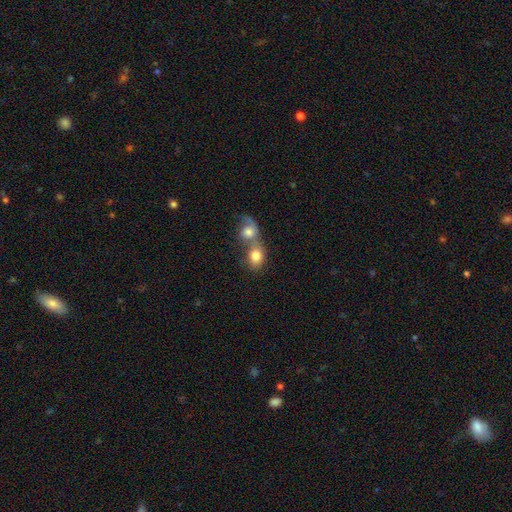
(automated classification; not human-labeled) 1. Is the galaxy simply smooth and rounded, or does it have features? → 79% smooth, 14% featured or disk, 8% star or artifact.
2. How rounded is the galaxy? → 50% in between, 49% round, 1% cigar-shaped.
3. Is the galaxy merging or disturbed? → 67% merger, 22% none, 7% minor disturbance, 5% major disturbance.